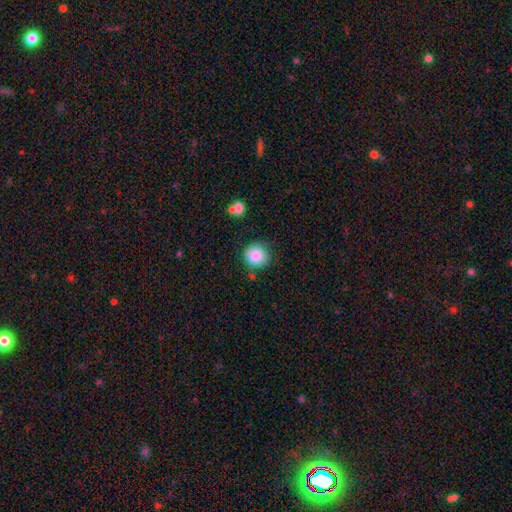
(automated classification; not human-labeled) Smooth or featured? smooth (85%)
How rounded? round (91%)
Merging? none (74%)